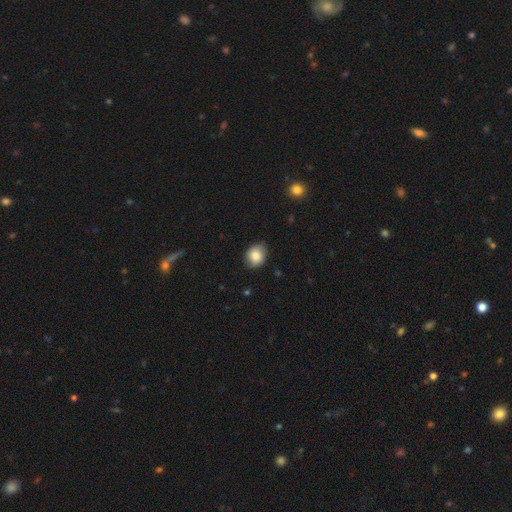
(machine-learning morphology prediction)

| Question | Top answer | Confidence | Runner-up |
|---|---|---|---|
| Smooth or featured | smooth | 82% | featured or disk (10%) |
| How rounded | round | 55% | in between (44%) |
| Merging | none | 78% | minor disturbance (18%) |